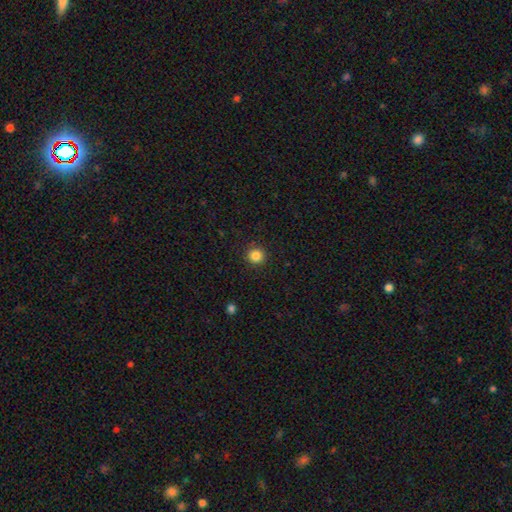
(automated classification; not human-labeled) Overall: smooth (85%). How rounded: round (95%). Merging: none (92%).